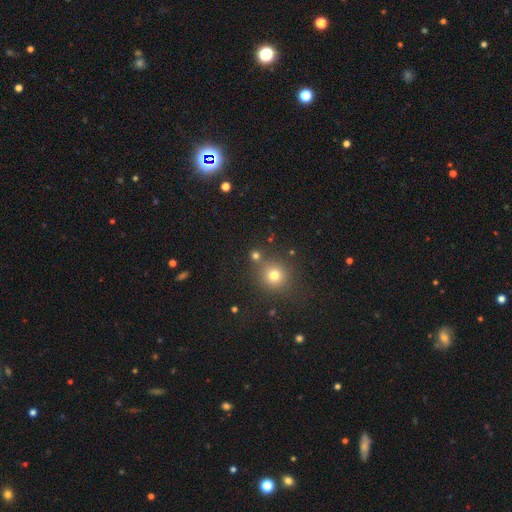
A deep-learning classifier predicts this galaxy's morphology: Smooth or featured: smooth — 69% (star or artifact — 24%)
How rounded: round — 90% (in between — 9%)
Merging: none — 75% (merger — 14%)